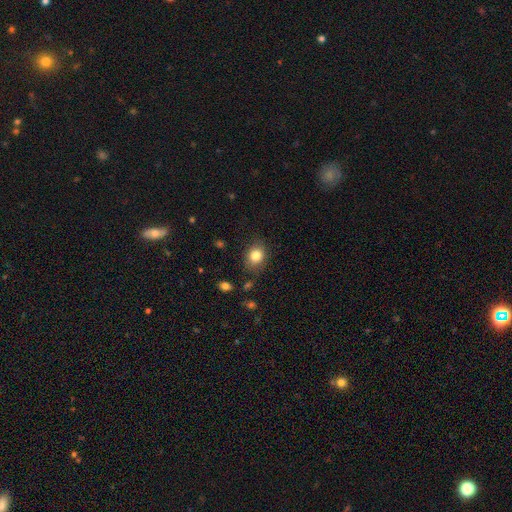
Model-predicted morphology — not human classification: Smooth or featured? smooth (82%)
How rounded? in between (52%)
Merging? none (82%)